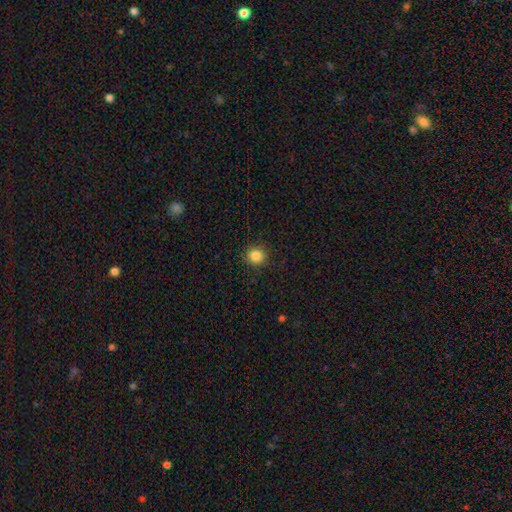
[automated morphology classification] Smooth or featured?
  - smooth: 85% *
  - star or artifact: 11%
  - featured or disk: 4%
How rounded?
  - round: 91% *
  - in between: 8%
  - cigar-shaped: 1%
Merging?
  - none: 90% *
  - minor disturbance: 7%
  - major disturbance: 2%
  - merger: 1%